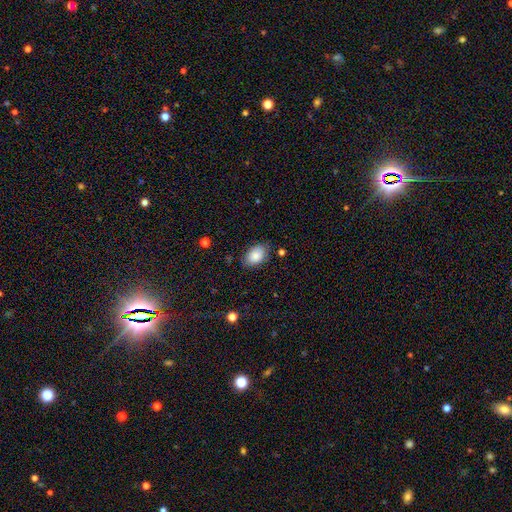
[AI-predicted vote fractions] Morphology: type=smooth (84%); roundness=in between (90%); merging=none (80%).